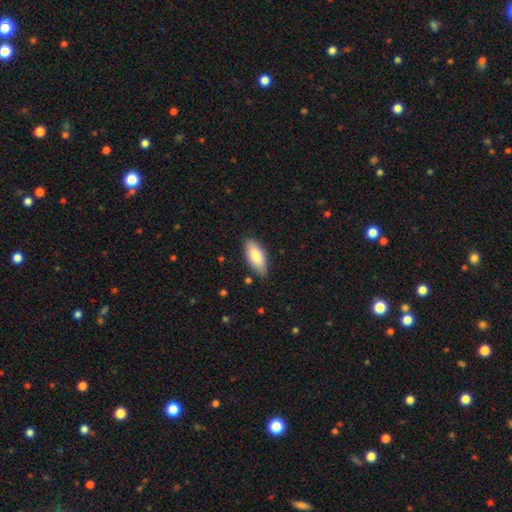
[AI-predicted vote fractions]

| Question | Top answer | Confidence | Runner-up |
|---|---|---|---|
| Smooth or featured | smooth | 82% | featured or disk (12%) |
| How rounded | in between | 85% | cigar-shaped (13%) |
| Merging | none | 83% | minor disturbance (14%) |